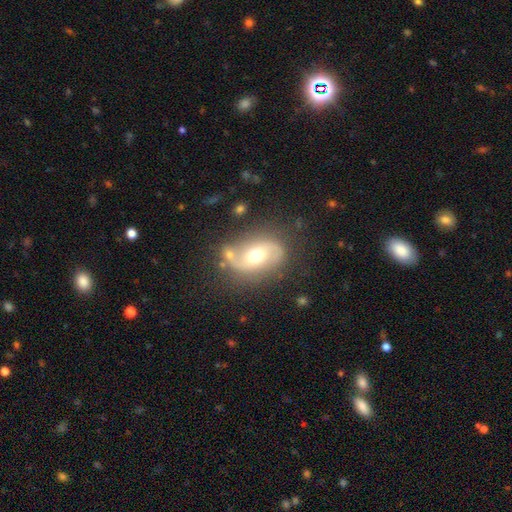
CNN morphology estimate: A featured or disk galaxy (75%) with no bar (49%), 2 (89%) loose (48%) spiral arms (89%) and a moderate central bulge (72%). Merging: none (70%).